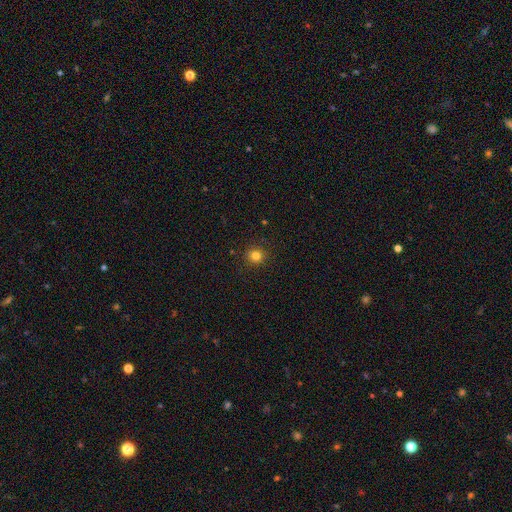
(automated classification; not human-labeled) smooth_or_featured: smooth (p=0.81) [alt: star or artifact p=0.14]
how_rounded: round (p=0.93) [alt: in between p=0.06]
merging: none (p=0.91) [alt: minor disturbance p=0.06]